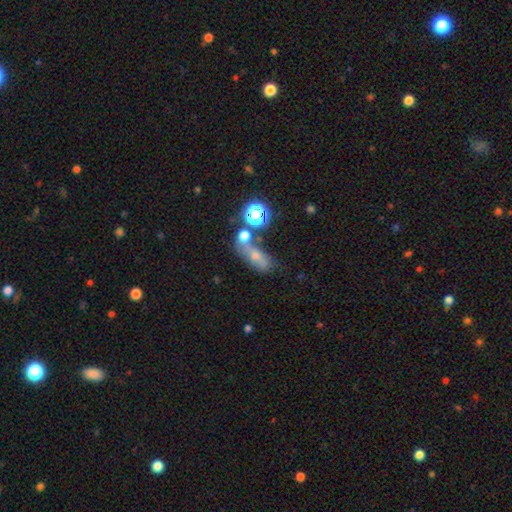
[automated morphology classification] This appears to be a smooth galaxy with no disk features (47%). Merging: none (43%).